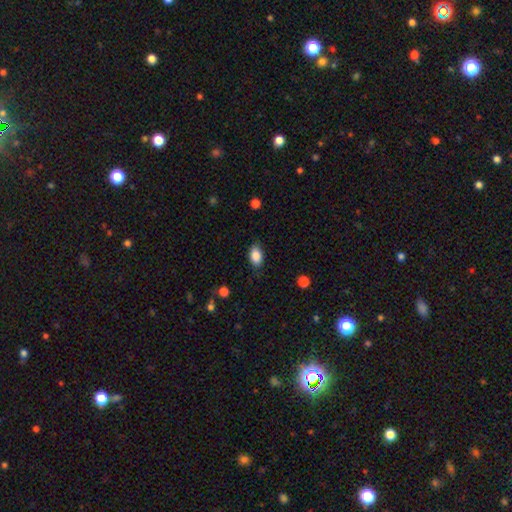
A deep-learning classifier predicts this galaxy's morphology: Smooth or featured: smooth — 86% (star or artifact — 8%)
How rounded: in between — 89% (round — 10%)
Merging: none — 81% (minor disturbance — 15%)